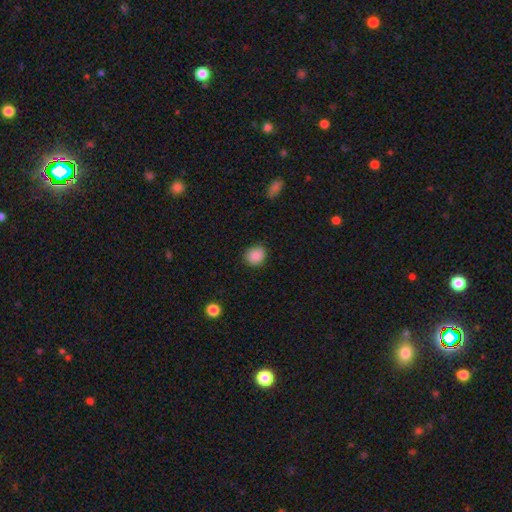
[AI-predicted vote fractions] A smooth galaxy with no disk features (87%) that is round (80%).

Vote fractions:
- Smooth or featured? smooth: 87% / star or artifact: 9% / featured or disk: 4%
- How rounded? round: 80% / in between: 19% / cigar-shaped: 1%
- Merging? none: 85% / minor disturbance: 12% / major disturbance: 2% / merger: 1%